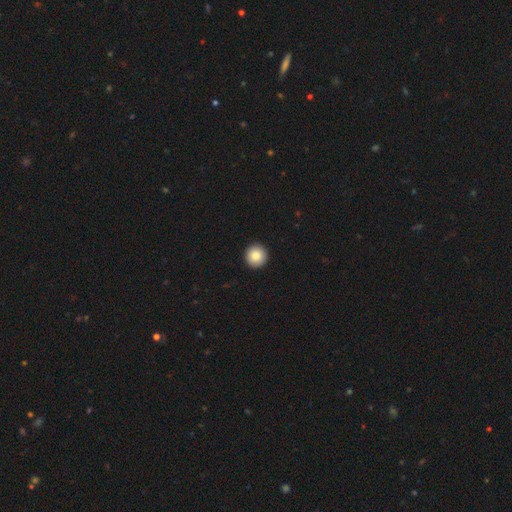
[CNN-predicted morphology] smooth_or_featured: smooth (p=0.86) [alt: star or artifact p=0.08]
how_rounded: round (p=0.96) [alt: in between p=0.03]
merging: none (p=0.93) [alt: minor disturbance p=0.05]